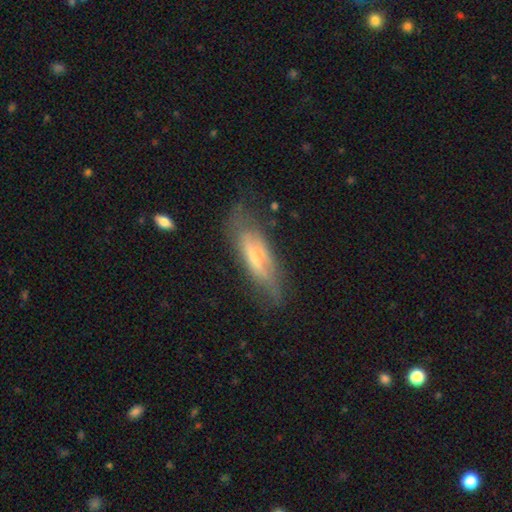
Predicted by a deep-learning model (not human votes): The model was most divided on "smooth or featured": featured or disk: 48%, smooth: 44%, star or artifact: 7%. More confident: merging — none (57%).